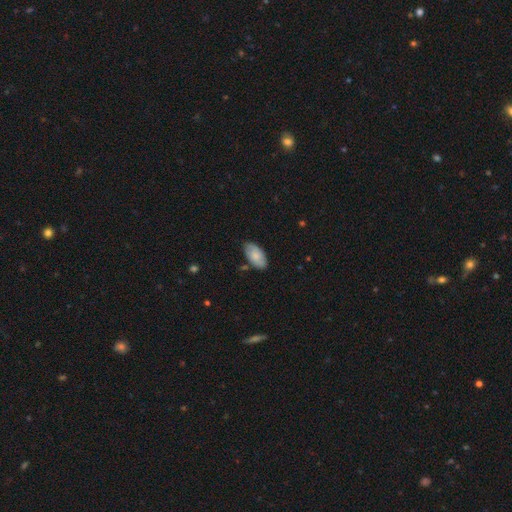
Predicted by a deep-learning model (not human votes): This is likely a smooth galaxy (74%). How rounded: clearly in between (95%). Merging: likely none (79%).